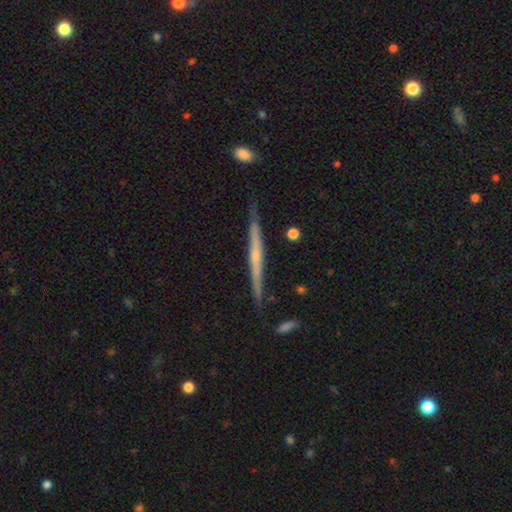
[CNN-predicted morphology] This is likely a featured or disk galaxy (70%). It is clearly viewed edge-on (97%). Edge-on bulge: possibly none (47%, tied with rounded). Merging: clearly none (83%).